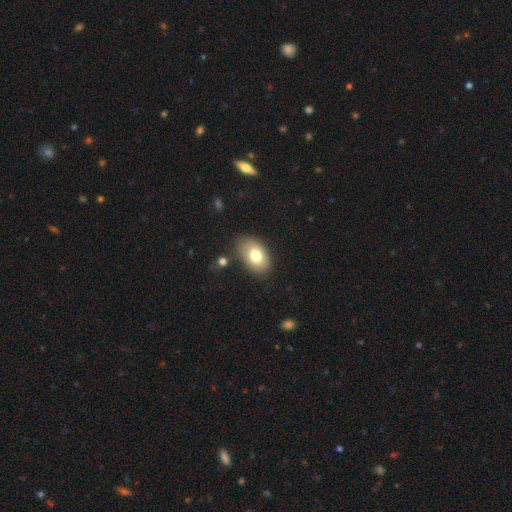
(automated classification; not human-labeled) Overall: smooth (75%). How rounded: in between (90%). Merging: none (77%).